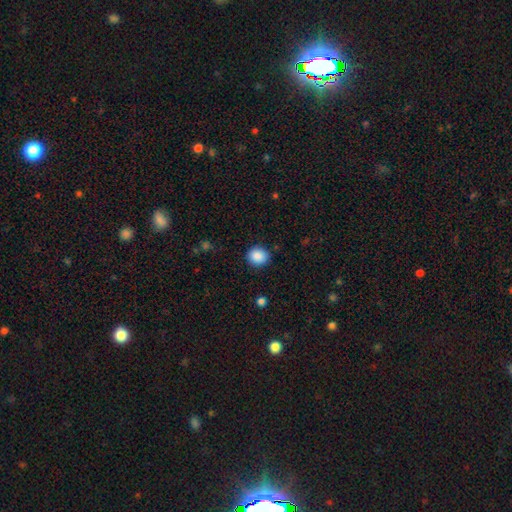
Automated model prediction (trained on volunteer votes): This is clearly a smooth galaxy (88%). How rounded: likely round (79%). Merging: clearly none (88%).